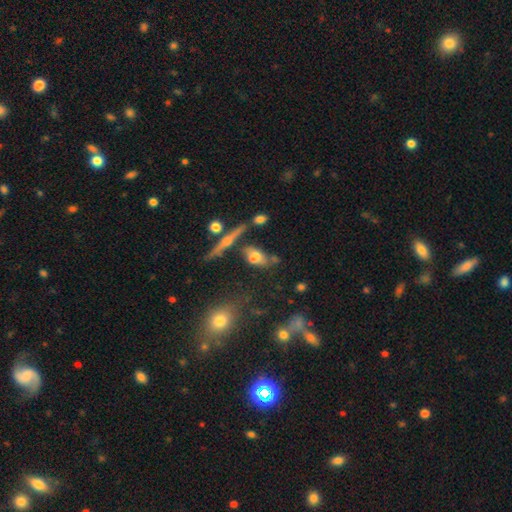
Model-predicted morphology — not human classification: Q: Smooth or featured?
A: smooth (52%); runner-up: featured or disk (34%)
Q: How rounded?
A: in between (75%); runner-up: round (13%)
Q: Merging?
A: none (47%); runner-up: merger (22%)